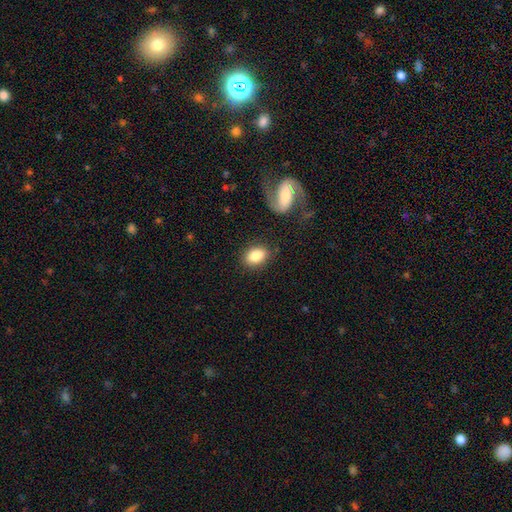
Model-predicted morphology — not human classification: This is clearly a smooth galaxy (83%). How rounded: likely in between (78%). Merging: clearly none (83%).